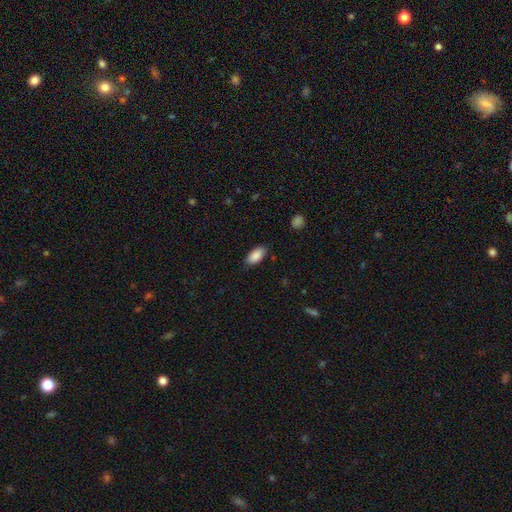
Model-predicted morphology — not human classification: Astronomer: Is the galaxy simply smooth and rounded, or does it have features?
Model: smooth — 89%.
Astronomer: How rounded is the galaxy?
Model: in between — 92%.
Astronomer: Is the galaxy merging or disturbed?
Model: none — 84%.